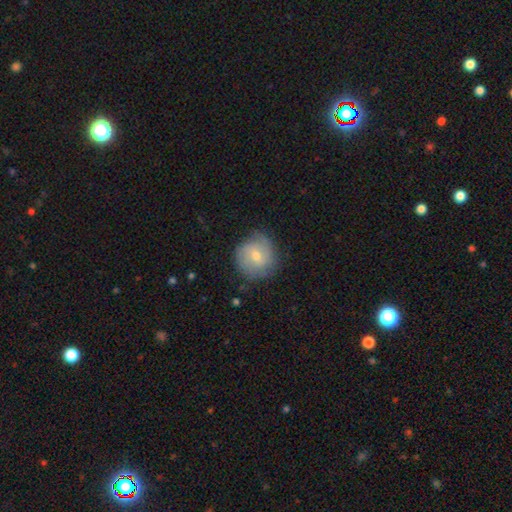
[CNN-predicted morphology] This is possibly a featured or disk galaxy (47%). Merging: likely none (74%).